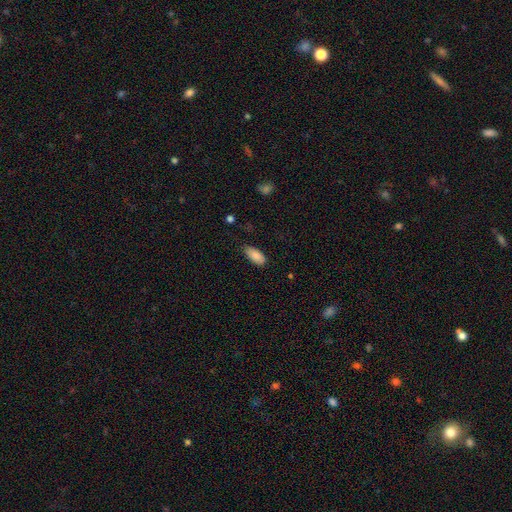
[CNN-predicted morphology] smooth 87%, featured or disk 7%, star or artifact 7%. Down the decision tree: how rounded — in between (91%); merging — none (77%).